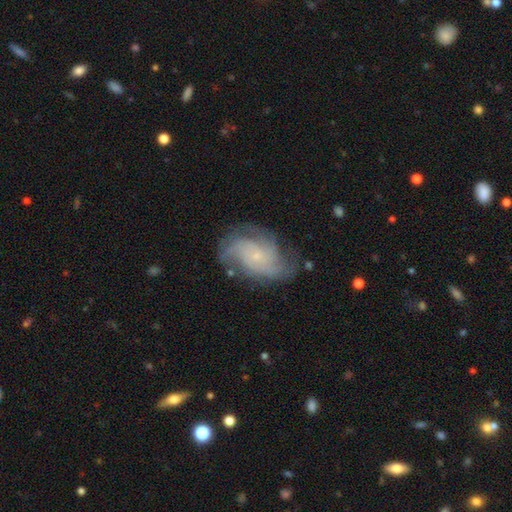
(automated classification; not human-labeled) featured or disk 80%, smooth 13%, star or artifact 7%. Down the decision tree: edge-on disk — no (97%); bar — no (75%); spiral arms — yes (95%); spiral arm count — can't tell (26%); spiral winding — tight (45%); bulge size — small (80%); merging — none (68%).